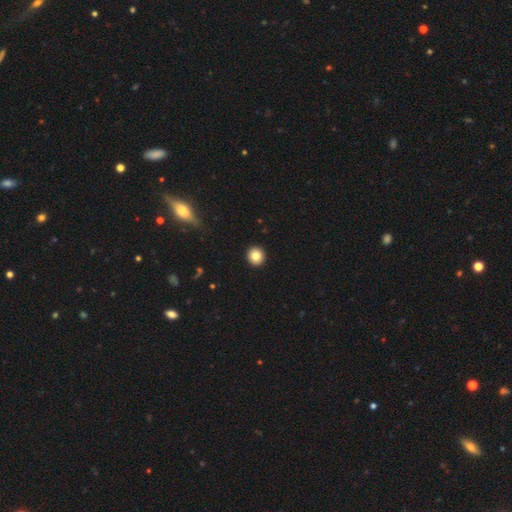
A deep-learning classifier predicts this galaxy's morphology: This is clearly a smooth galaxy (84%). How rounded: clearly round (92%). Merging: clearly none (93%).